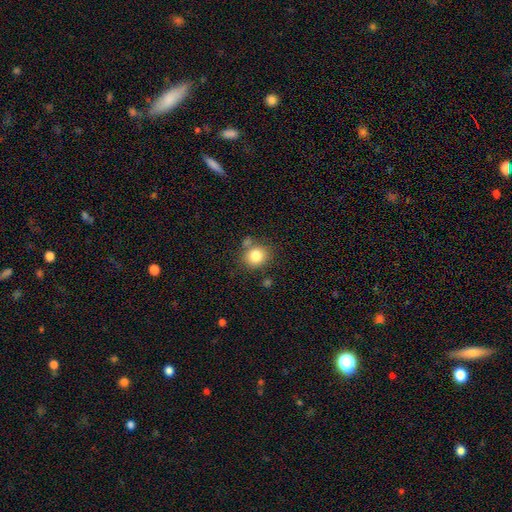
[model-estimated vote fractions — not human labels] A smooth galaxy with no disk features (82%) that is round (75%).

Vote fractions:
- Smooth or featured? smooth: 82% / star or artifact: 10% / featured or disk: 8%
- How rounded? round: 75% / in between: 24% / cigar-shaped: 1%
- Merging? none: 71% / minor disturbance: 14% / merger: 10% / major disturbance: 4%